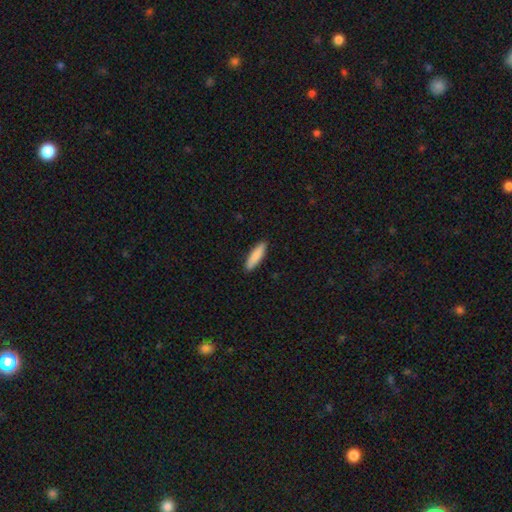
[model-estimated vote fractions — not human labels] This appears to be a smooth galaxy with no disk features (86%) that is cigar-shaped (69%). Merging: none (90%).